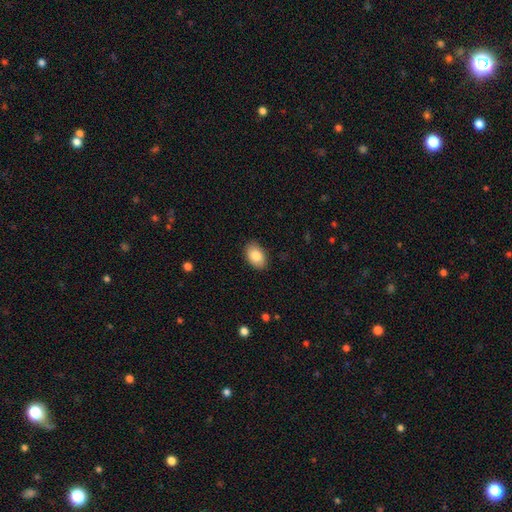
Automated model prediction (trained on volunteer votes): Q: Smooth or featured?
A: smooth (86%); runner-up: featured or disk (7%)
Q: How rounded?
A: in between (89%); runner-up: round (10%)
Q: Merging?
A: none (88%); runner-up: minor disturbance (9%)